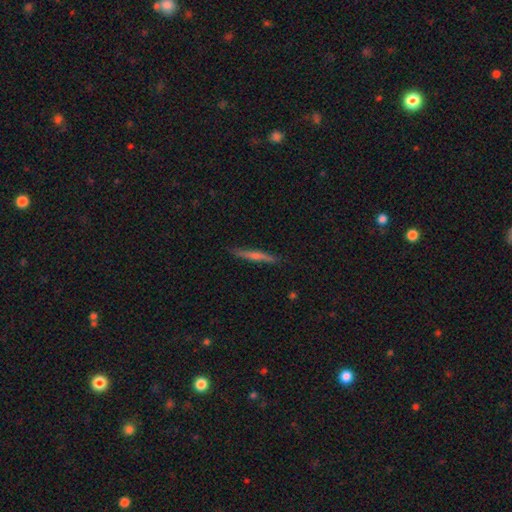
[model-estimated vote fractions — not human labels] Overall: featured or disk (56%; smooth 32%). Edge-on disk: yes (94%). Edge-on bulge: rounded (66%; none 26%). Merging: none (89%).